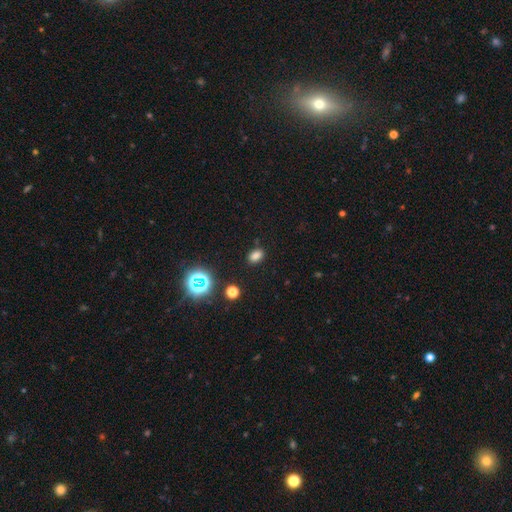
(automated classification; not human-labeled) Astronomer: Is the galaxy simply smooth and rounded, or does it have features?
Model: smooth — 77%.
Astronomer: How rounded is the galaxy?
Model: in between — 79%.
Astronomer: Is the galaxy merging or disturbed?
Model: none — 85%.